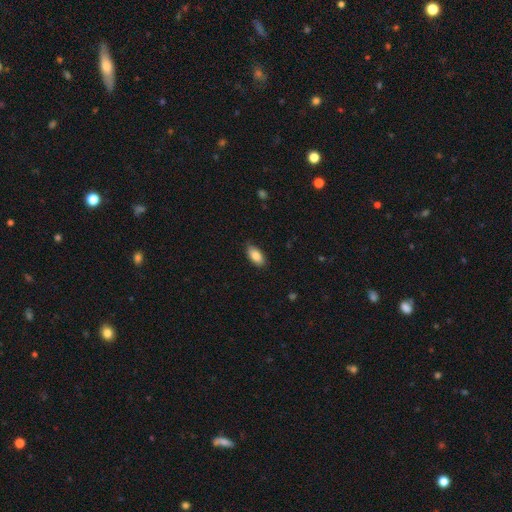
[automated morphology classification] A smooth galaxy with no disk features (84%) that is in between round and cigar-shaped (91%). Merging: none (84%).